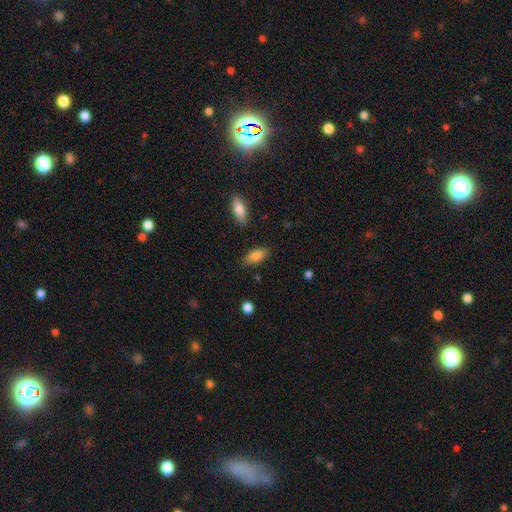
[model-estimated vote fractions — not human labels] Morphology: type=smooth (83%); roundness=in between (83%); merging=none (83%).